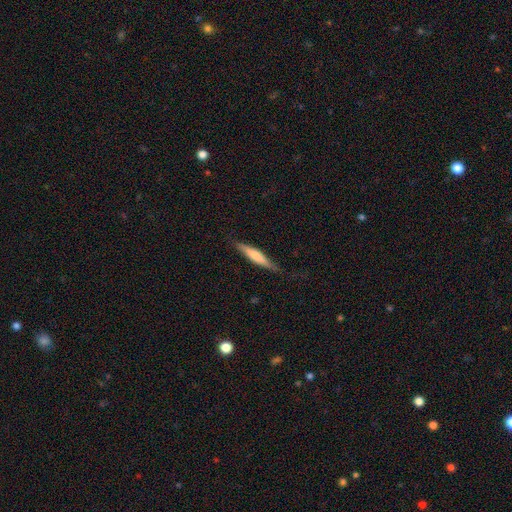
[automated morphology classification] Smooth or featured?
  - smooth: 57% *
  - featured or disk: 37%
  - star or artifact: 5%
How rounded?
  - cigar-shaped: 88% *
  - in between: 11%
  - round: 1%
Merging?
  - none: 80% *
  - minor disturbance: 16%
  - major disturbance: 3%
  - merger: 1%